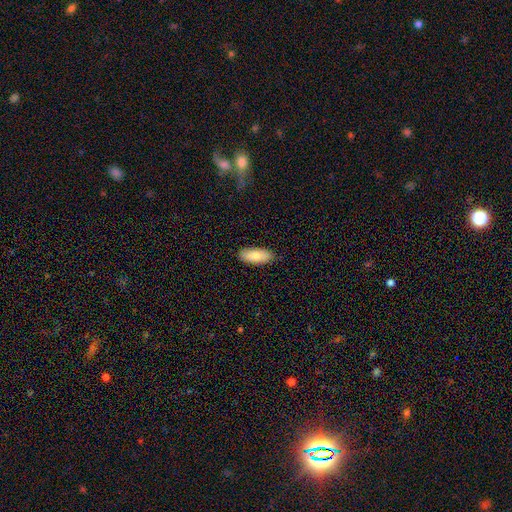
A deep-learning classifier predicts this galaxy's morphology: type=smooth (84%); roundness=in between (80%); merging=none (88%).